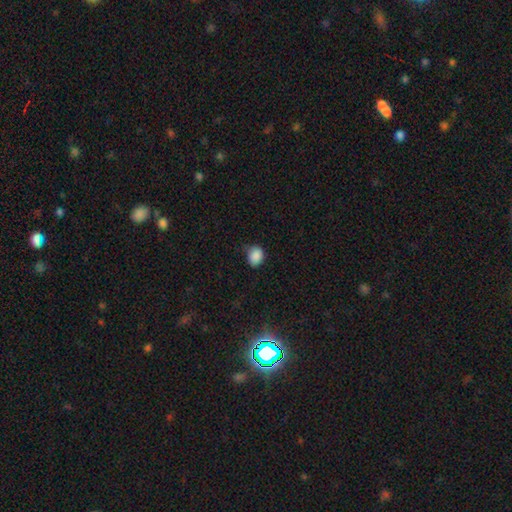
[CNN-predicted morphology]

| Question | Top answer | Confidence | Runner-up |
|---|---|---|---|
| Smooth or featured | smooth | 87% | star or artifact (9%) |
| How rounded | in between | 53% | round (46%) |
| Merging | none | 64% | minor disturbance (28%) |